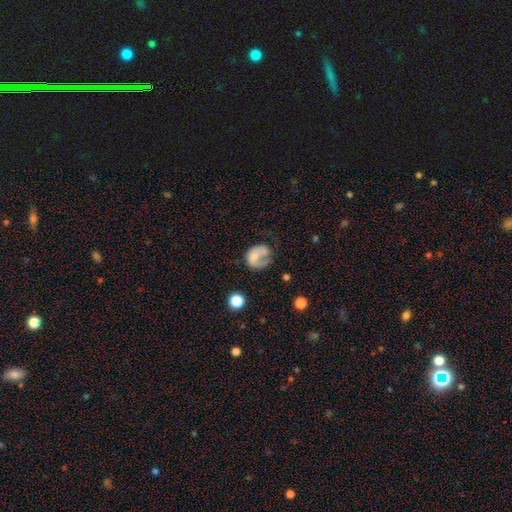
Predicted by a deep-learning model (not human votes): This appears to be a smooth galaxy with no disk features (49%). Merging: major disturbance (41%).